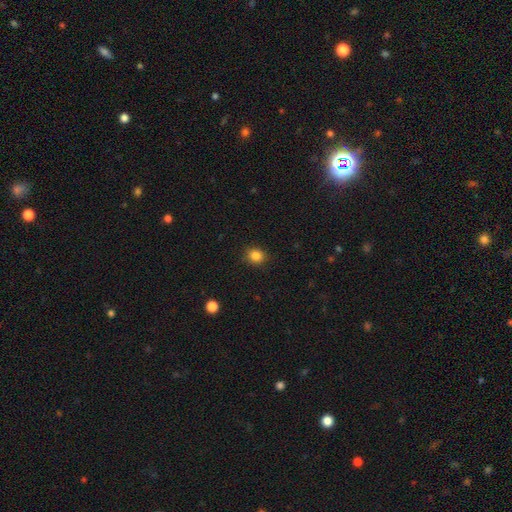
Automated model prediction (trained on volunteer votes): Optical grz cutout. It shows a smooth galaxy with no disk features (85%) that is round (80%). Merging: none (89%).